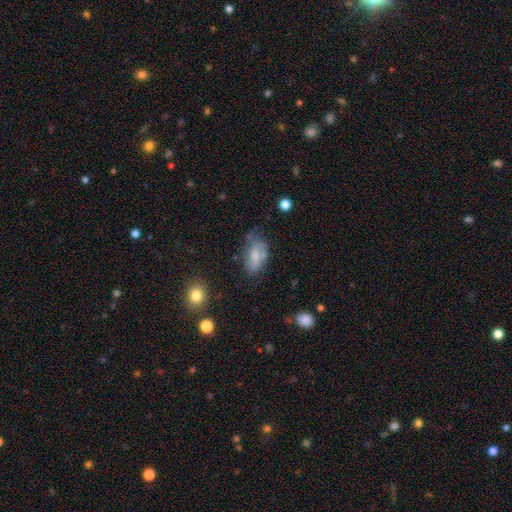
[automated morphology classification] Smooth or featured?
  - smooth: 68% *
  - featured or disk: 23%
  - star or artifact: 9%
How rounded?
  - in between: 89% *
  - cigar-shaped: 6%
  - round: 4%
Merging?
  - none: 47% *
  - minor disturbance: 31%
  - major disturbance: 15%
  - merger: 8%